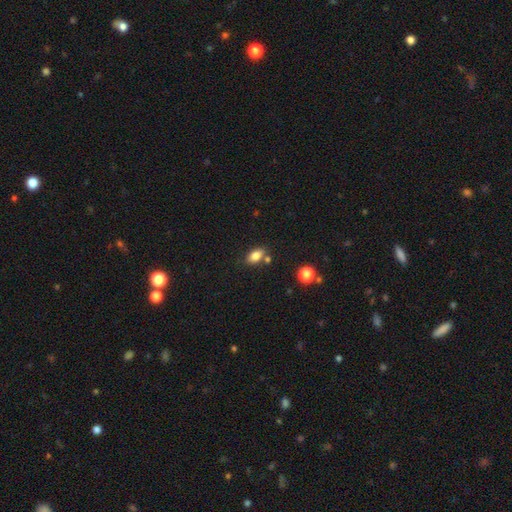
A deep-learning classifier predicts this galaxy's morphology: smooth-or-featured: smooth: 82% | star or artifact: 9% | featured or disk: 9%
  how-rounded: in between: 87% | round: 9% | cigar-shaped: 4%
  merging: none: 71% | merger: 13% | minor disturbance: 13% | major disturbance: 3%